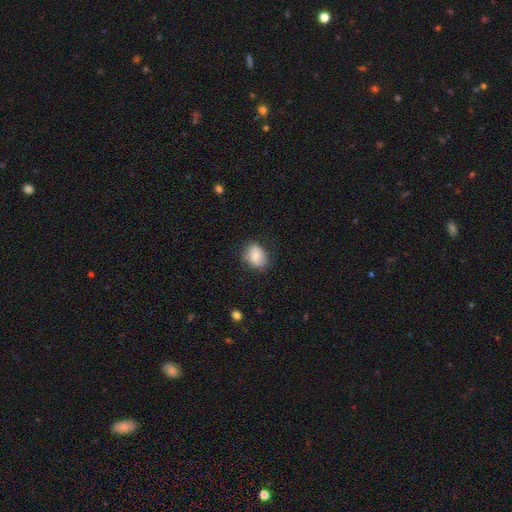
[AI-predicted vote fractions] Overall: smooth (76%). How rounded: in between (58%; round 41%). Merging: none (73%).